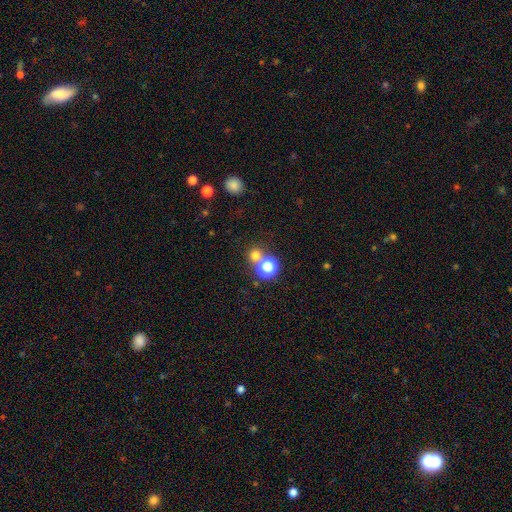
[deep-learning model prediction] The model was most divided on "merging": none: 66%, merger: 24%, minor disturbance: 7%, major disturbance: 3%. More confident: how rounded — round (89%); smooth or featured — smooth (68%).